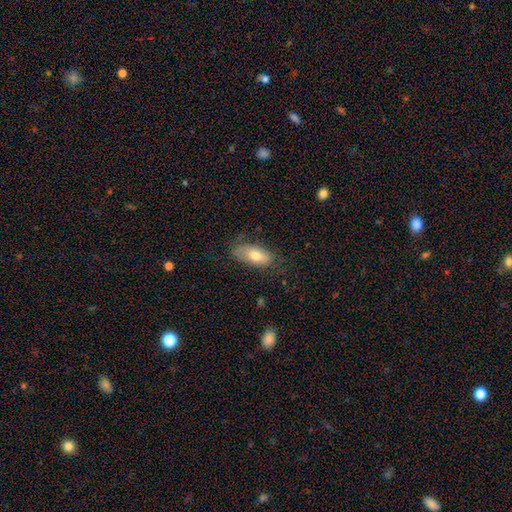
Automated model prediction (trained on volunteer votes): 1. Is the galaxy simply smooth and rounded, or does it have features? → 70% smooth, 23% featured or disk, 7% star or artifact.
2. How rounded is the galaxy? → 84% in between, 13% cigar-shaped, 3% round.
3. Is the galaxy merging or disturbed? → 66% none, 24% minor disturbance, 8% major disturbance, 2% merger.